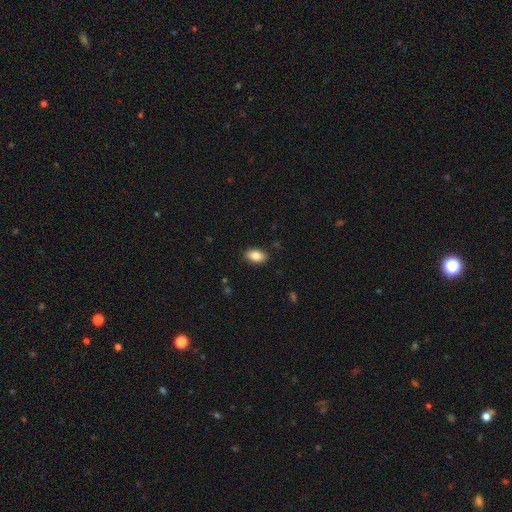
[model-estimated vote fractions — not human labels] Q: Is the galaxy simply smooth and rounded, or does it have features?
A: smooth — 85%.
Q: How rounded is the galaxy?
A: in between — 91%.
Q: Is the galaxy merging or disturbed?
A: none — 88%.